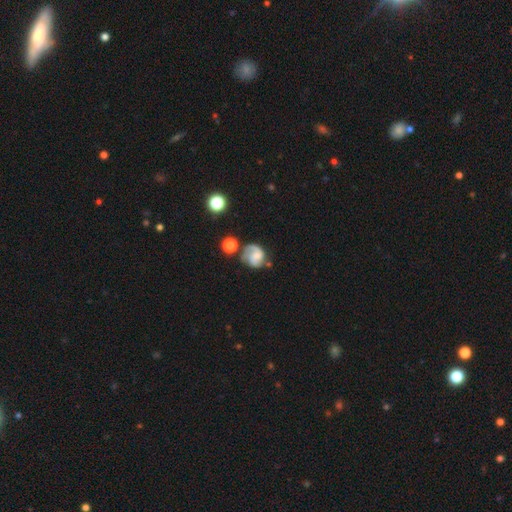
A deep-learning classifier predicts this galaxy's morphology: Smooth or featured: featured or disk — 73% (smooth — 19%)
Edge-on disk: no — 98% (yes — 2%)
Bar: no — 53% (weak — 39%)
Spiral arms: yes — 93% (no — 7%)
Spiral winding: medium — 48% (tight — 29%)
Spiral arm count: 2 — 75% (1 — 12%)
Bulge size: small — 47% (moderate — 30%)
Merging: none — 54% (minor disturbance — 23%)